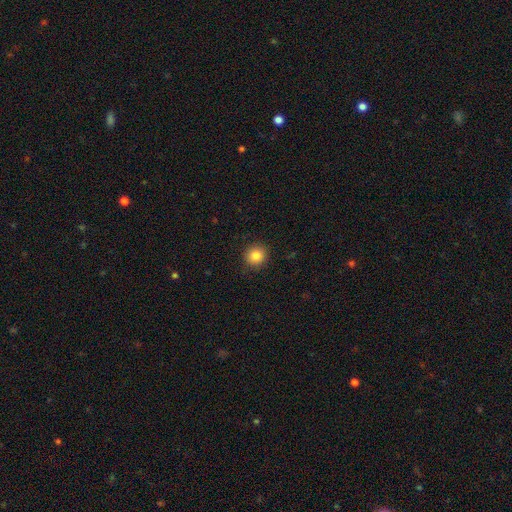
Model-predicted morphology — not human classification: Q: Smooth or featured?
A: smooth (85%); runner-up: star or artifact (10%)
Q: How rounded?
A: round (92%); runner-up: in between (7%)
Q: Merging?
A: none (90%); runner-up: minor disturbance (7%)